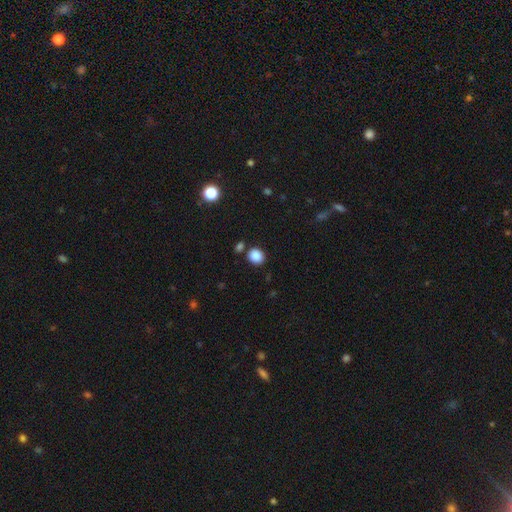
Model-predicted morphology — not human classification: Q: Smooth or featured?
A: smooth (87%); runner-up: star or artifact (10%)
Q: How rounded?
A: round (72%); runner-up: in between (27%)
Q: Merging?
A: none (80%); runner-up: minor disturbance (9%)